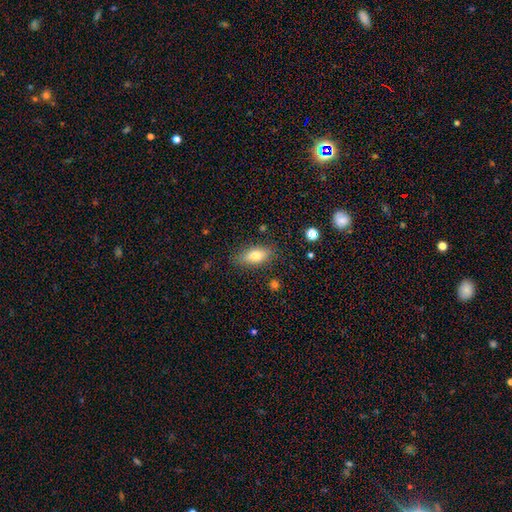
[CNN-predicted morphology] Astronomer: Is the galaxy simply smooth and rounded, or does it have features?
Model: smooth — 72%.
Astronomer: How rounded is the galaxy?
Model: in between — 78%.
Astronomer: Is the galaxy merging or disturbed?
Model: none — 82%.